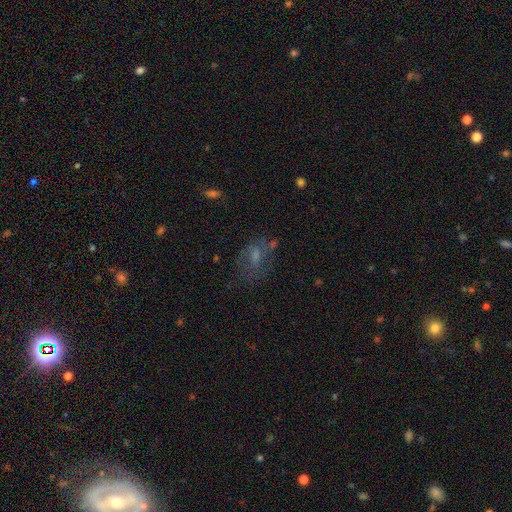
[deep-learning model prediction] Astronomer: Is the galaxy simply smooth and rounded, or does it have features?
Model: smooth — 43% (runner-up: featured or disk, 39%).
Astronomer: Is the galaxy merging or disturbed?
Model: none — 46% (runner-up: major disturbance, 25%).